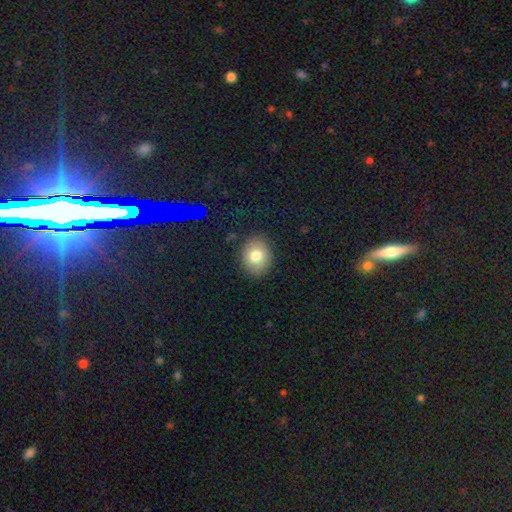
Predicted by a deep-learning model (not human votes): Q: Smooth or featured?
A: smooth (77%); runner-up: featured or disk (12%)
Q: How rounded?
A: round (51%); runner-up: in between (48%)
Q: Merging?
A: none (86%); runner-up: minor disturbance (10%)